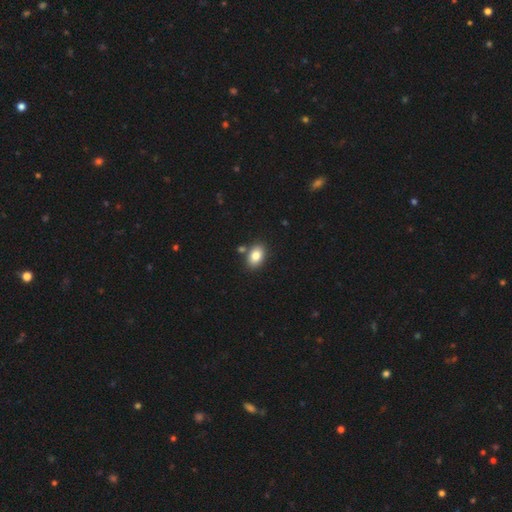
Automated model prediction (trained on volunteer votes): smooth 83%, featured or disk 8%, star or artifact 8%. Down the decision tree: how rounded — in between (85%); merging — none (80%).